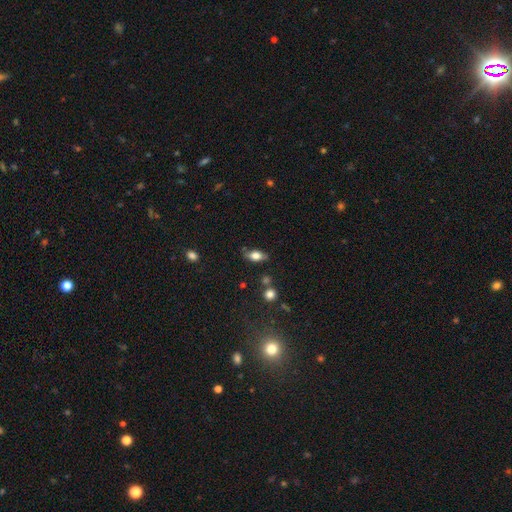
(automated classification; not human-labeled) Smooth or featured?
  - smooth: 69% *
  - featured or disk: 23%
  - star or artifact: 8%
How rounded?
  - in between: 84% *
  - cigar-shaped: 10%
  - round: 6%
Merging?
  - none: 74% *
  - minor disturbance: 18%
  - merger: 4%
  - major disturbance: 4%